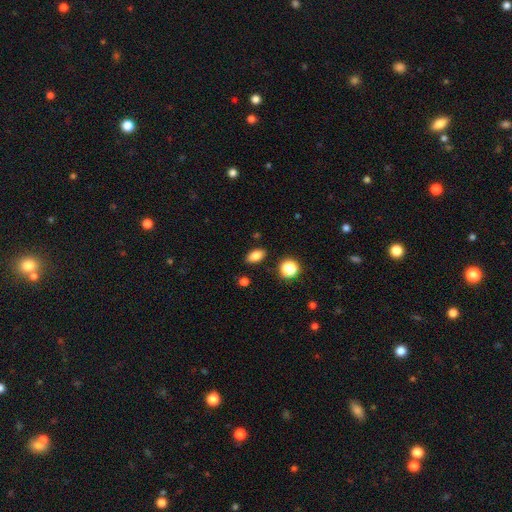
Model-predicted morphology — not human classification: type=smooth (84%); roundness=in between (87%); merging=none (86%).